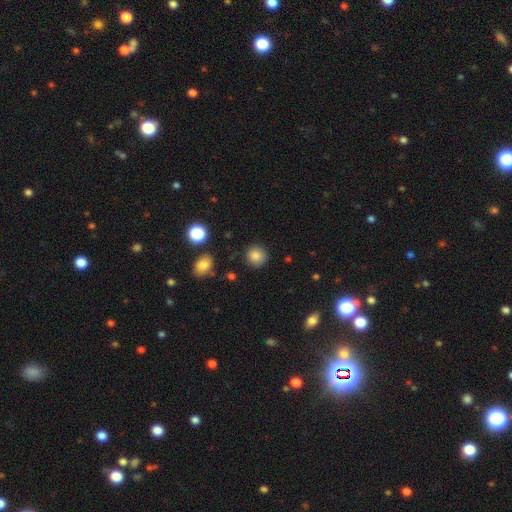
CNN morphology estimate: smooth_or_featured: smooth (p=0.85) [alt: star or artifact p=0.10]
how_rounded: round (p=0.92) [alt: in between p=0.07]
merging: none (p=0.89) [alt: minor disturbance p=0.07]